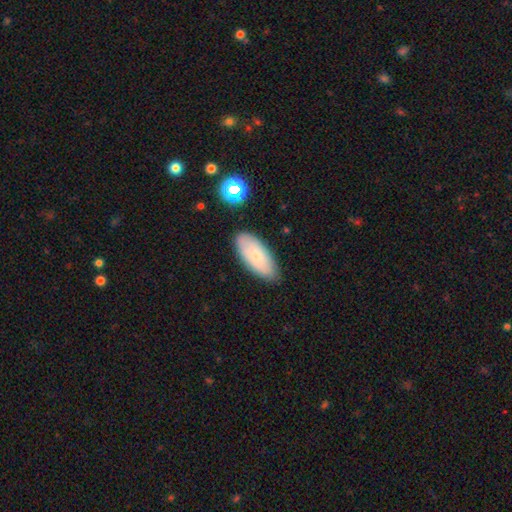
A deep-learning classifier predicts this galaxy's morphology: Smooth or featured: smooth — 75% (featured or disk — 18%)
How rounded: in between — 87% (cigar-shaped — 11%)
Merging: none — 82% (minor disturbance — 14%)